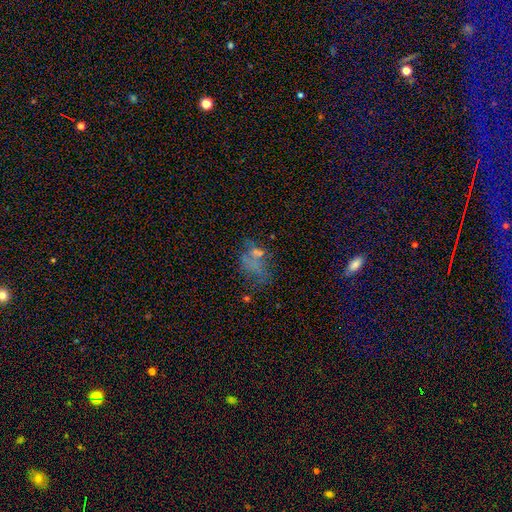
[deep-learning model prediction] A smooth galaxy with no disk features (40%). Merging: none (34%).